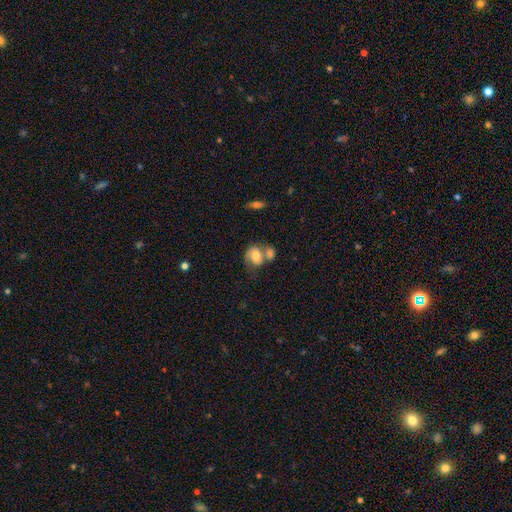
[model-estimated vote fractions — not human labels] smooth-or-featured: smooth: 63% | featured or disk: 29% | star or artifact: 8%
  how-rounded: in between: 55% | round: 43% | cigar-shaped: 2%
  merging: merger: 53% | none: 24% | minor disturbance: 14% | major disturbance: 10%